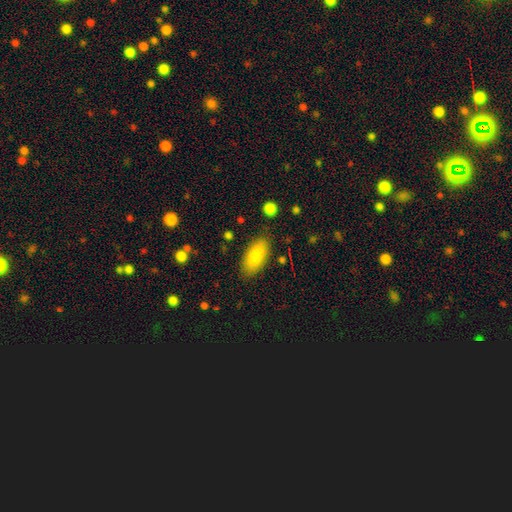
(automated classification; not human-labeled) Q: Smooth or featured?
A: smooth (83%); runner-up: featured or disk (10%)
Q: How rounded?
A: in between (88%); runner-up: cigar-shaped (9%)
Q: Merging?
A: none (84%); runner-up: minor disturbance (11%)